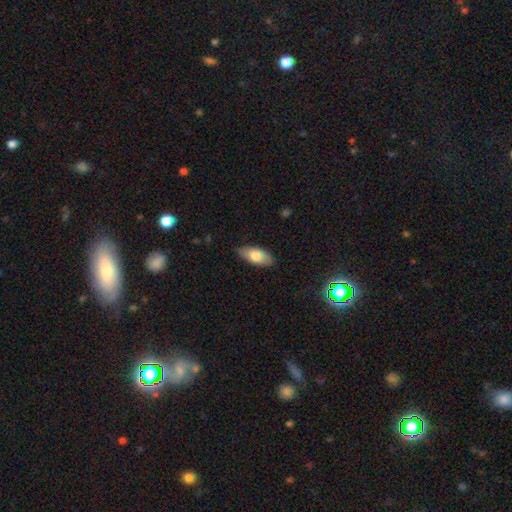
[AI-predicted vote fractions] Smooth or featured? smooth (76%)
How rounded? in between (89%)
Merging? none (83%)